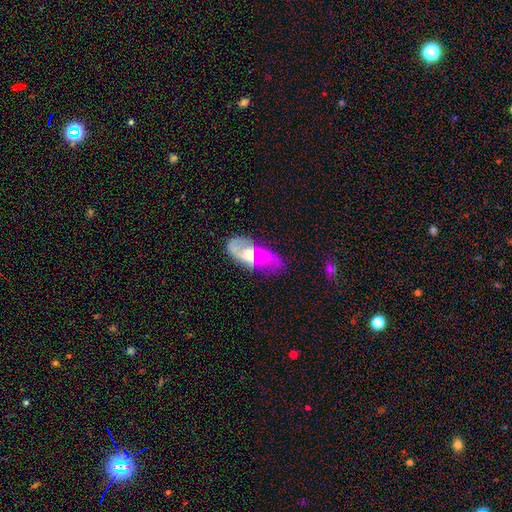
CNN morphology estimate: Smooth or featured? Predicted: featured or disk (p=0.63). Edge-on disk? Predicted: no (p=0.91). Bar? Predicted: no (p=0.48). Spiral arms? Predicted: yes (p=0.78). Bulge size? Predicted: moderate (p=0.46). Merging? Predicted: none (p=0.51).